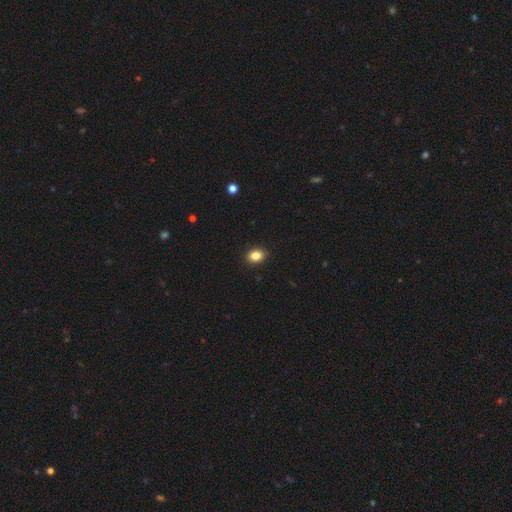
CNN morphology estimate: Smooth or featured?
  - smooth: 86% *
  - star or artifact: 9%
  - featured or disk: 5%
How rounded?
  - in between: 72% *
  - round: 27%
  - cigar-shaped: 1%
Merging?
  - none: 91% *
  - minor disturbance: 7%
  - major disturbance: 2%
  - merger: 1%